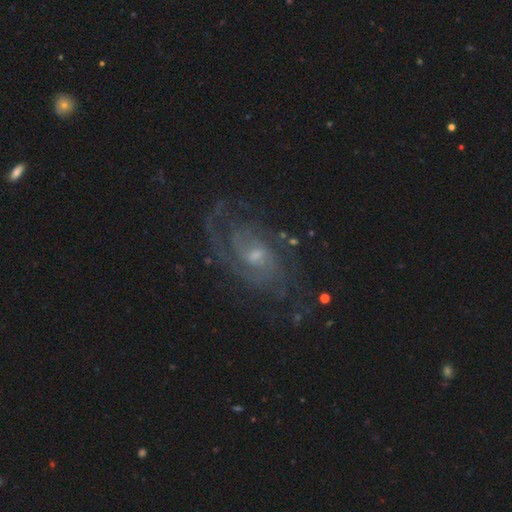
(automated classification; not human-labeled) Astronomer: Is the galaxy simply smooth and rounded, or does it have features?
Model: featured or disk — 86%.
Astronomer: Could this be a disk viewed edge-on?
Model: no — 96%.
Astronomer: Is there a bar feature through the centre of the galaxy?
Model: no — 50% (runner-up: weak, 44%).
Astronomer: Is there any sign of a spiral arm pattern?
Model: yes — 95%.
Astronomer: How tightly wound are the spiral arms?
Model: tight — 45% (runner-up: medium, 42%).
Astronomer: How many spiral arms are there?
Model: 2 — 38% (runner-up: can't tell, 30%).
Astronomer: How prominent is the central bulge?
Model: small — 52% (runner-up: moderate, 41%).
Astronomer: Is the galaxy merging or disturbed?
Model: none — 69%.